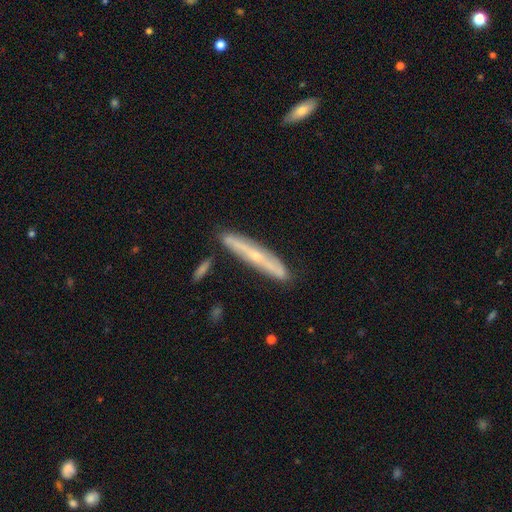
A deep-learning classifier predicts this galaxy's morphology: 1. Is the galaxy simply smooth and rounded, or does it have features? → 63% featured or disk, 30% smooth, 7% star or artifact.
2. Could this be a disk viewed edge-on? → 85% yes, 15% no.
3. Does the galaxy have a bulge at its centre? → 72% rounded, 26% none, 2% boxy.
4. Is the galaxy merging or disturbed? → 80% none, 13% minor disturbance, 4% merger, 3% major disturbance.